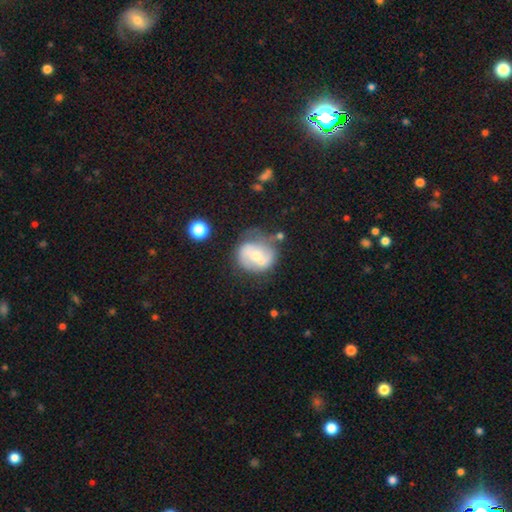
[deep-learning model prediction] Smooth or featured? featured or disk (60%)
Edge-on disk? no (97%)
Bar? no (55%)
Spiral arms? yes (69%)
Bulge size? moderate (51%)
Merging? none (50%)